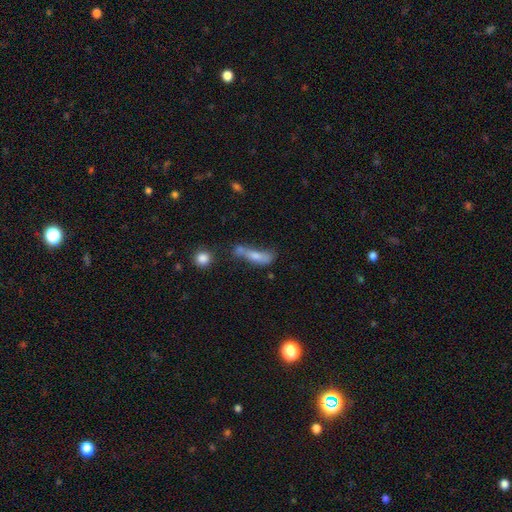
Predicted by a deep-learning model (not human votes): smooth_or_featured: smooth (p=0.52) [alt: featured or disk p=0.35]
how_rounded: cigar-shaped (p=0.66) [alt: in between p=0.29]
merging: none (p=0.36) [alt: merger p=0.29]